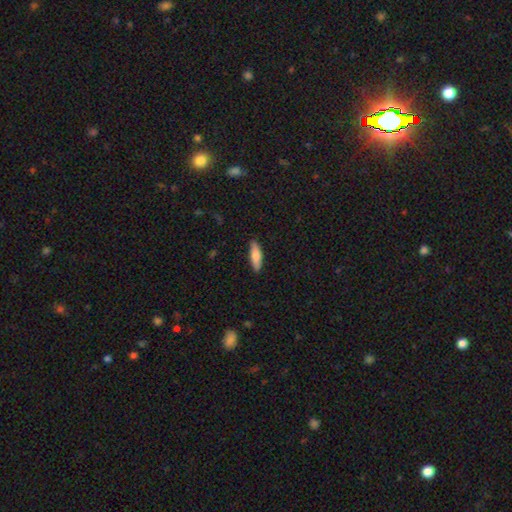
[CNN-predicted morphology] type=smooth (77%); roundness=cigar-shaped (61%); merging=none (88%).